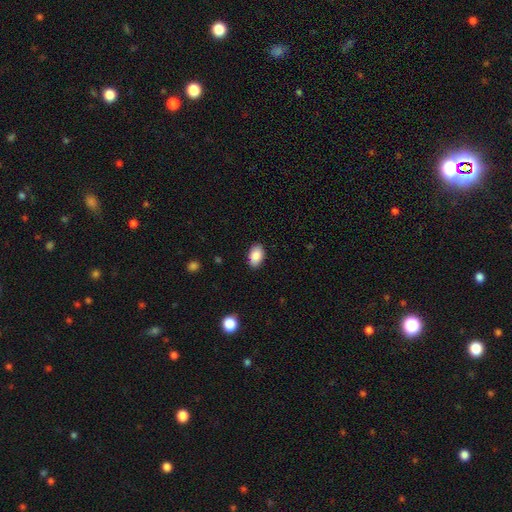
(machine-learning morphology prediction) type=smooth (88%); roundness=in between (91%); merging=none (87%).